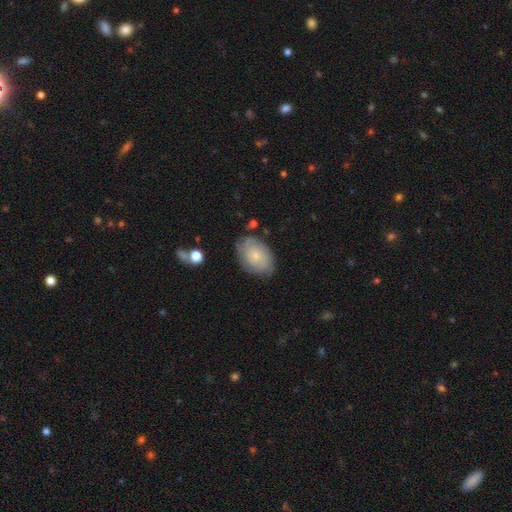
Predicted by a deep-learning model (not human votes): This appears to be a smooth galaxy with no disk features (47%). Merging: none (69%).